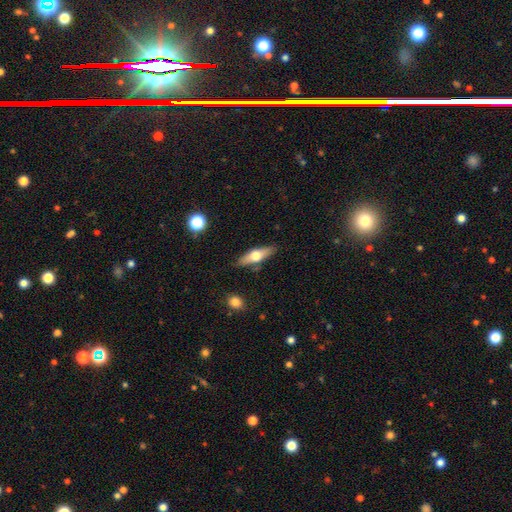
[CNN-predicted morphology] A smooth galaxy with no disk features (48%). Merging: none (83%).